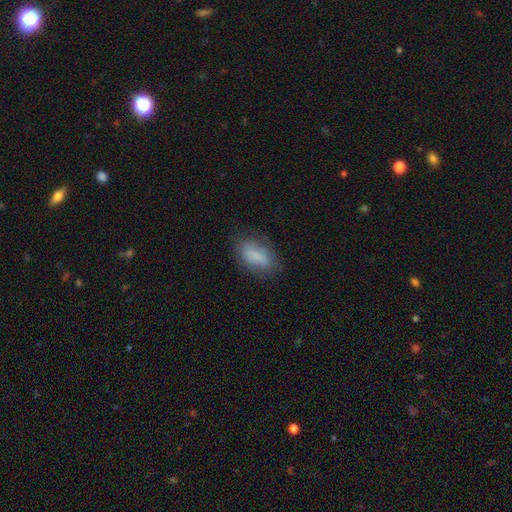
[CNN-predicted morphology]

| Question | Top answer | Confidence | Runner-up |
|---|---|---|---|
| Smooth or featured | smooth | 74% | featured or disk (18%) |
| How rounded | in between | 89% | round (6%) |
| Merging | none | 72% | minor disturbance (20%) |